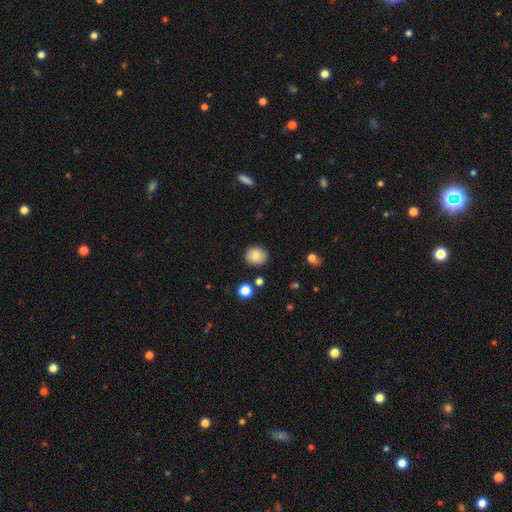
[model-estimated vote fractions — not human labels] Morphology: type=smooth (82%); roundness=round (77%); merging=none (87%).